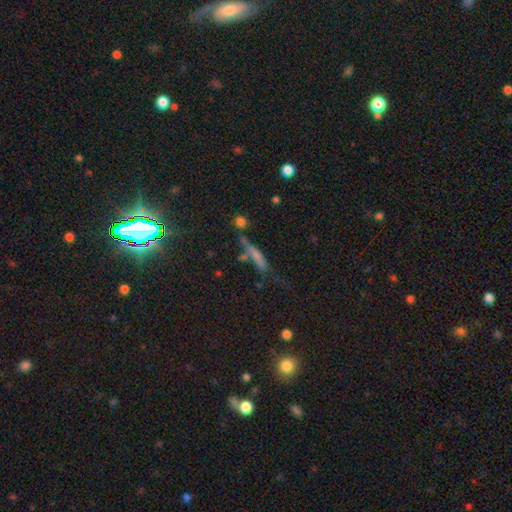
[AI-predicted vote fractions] smooth_or_featured: smooth (p=0.51) [alt: featured or disk p=0.32]
how_rounded: cigar-shaped (p=0.79) [alt: in between p=0.16]
merging: none (p=0.53) [alt: minor disturbance p=0.20]